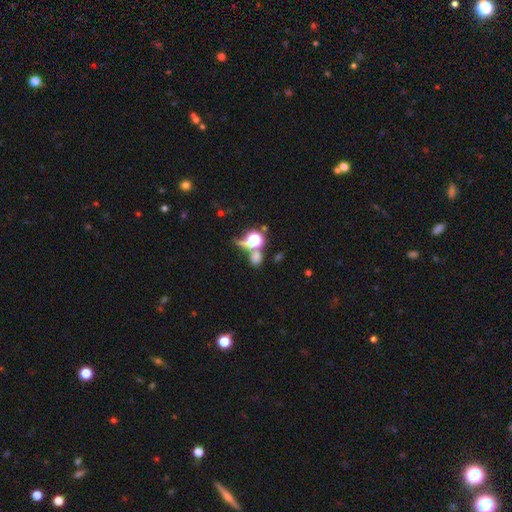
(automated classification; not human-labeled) Morphology: type=smooth (53%); roundness=round (61%); merging=none (50%).